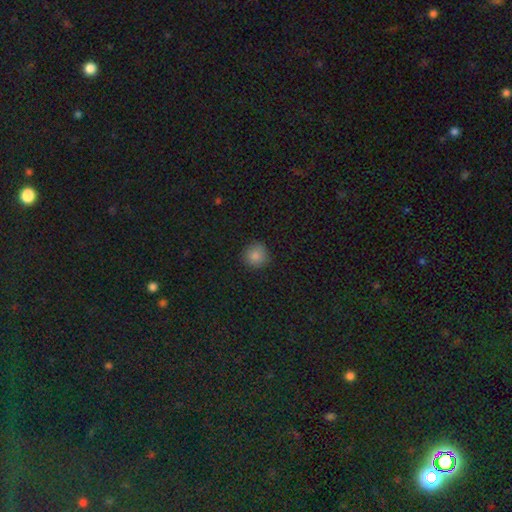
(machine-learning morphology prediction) Smooth or featured: smooth — 84% (star or artifact — 11%)
How rounded: round — 93% (in between — 7%)
Merging: none — 88% (minor disturbance — 9%)